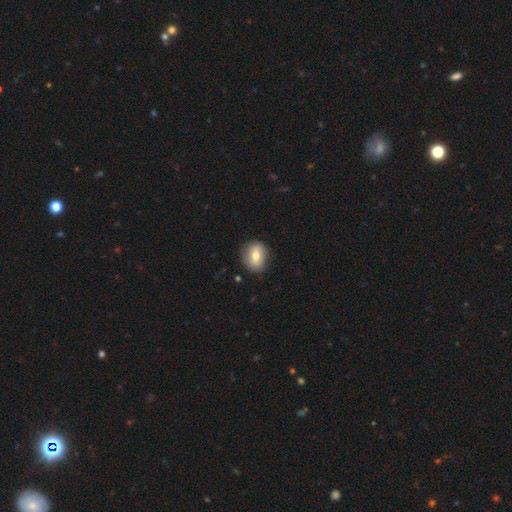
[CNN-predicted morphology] The model was most divided on "how rounded": round: 57%, in between: 41%, cigar-shaped: 1%. More confident: merging — none (83%); smooth or featured — smooth (69%).